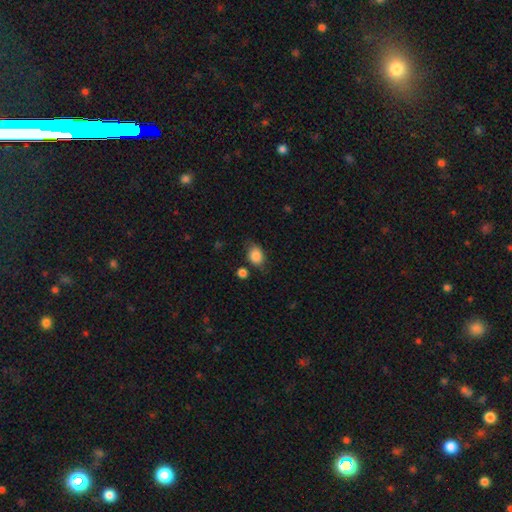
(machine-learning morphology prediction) Smooth or featured?
  - smooth: 86% *
  - star or artifact: 8%
  - featured or disk: 6%
How rounded?
  - in between: 59% *
  - round: 40%
  - cigar-shaped: 1%
Merging?
  - none: 68% *
  - minor disturbance: 21%
  - major disturbance: 6%
  - merger: 5%